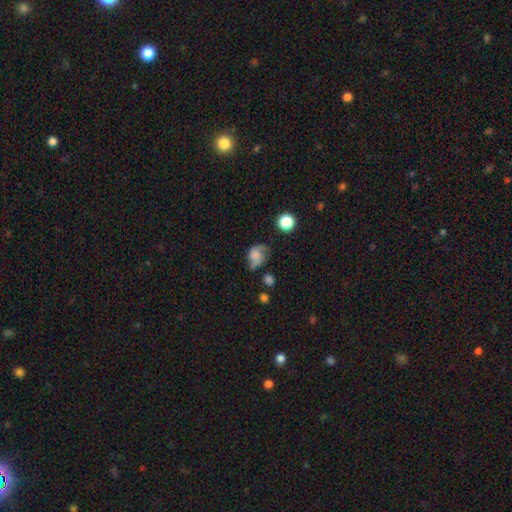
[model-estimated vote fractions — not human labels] Smooth or featured? Predicted: smooth (p=0.49). Merging? Predicted: none (p=0.40).